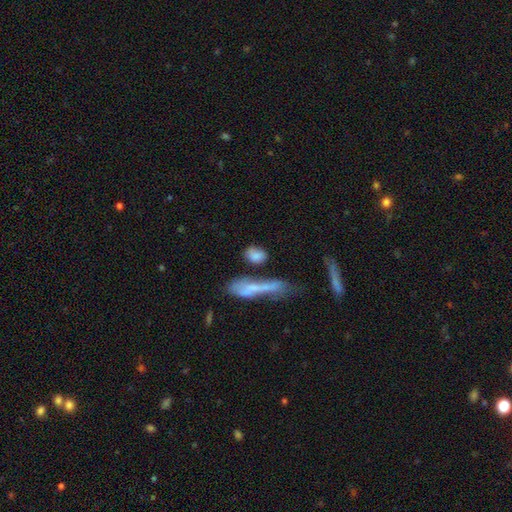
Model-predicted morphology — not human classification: smooth_or_featured: smooth (p=0.78) [alt: featured or disk p=0.14]
how_rounded: in between (p=0.64) [alt: round p=0.21]
merging: none (p=0.52) [alt: merger p=0.21]